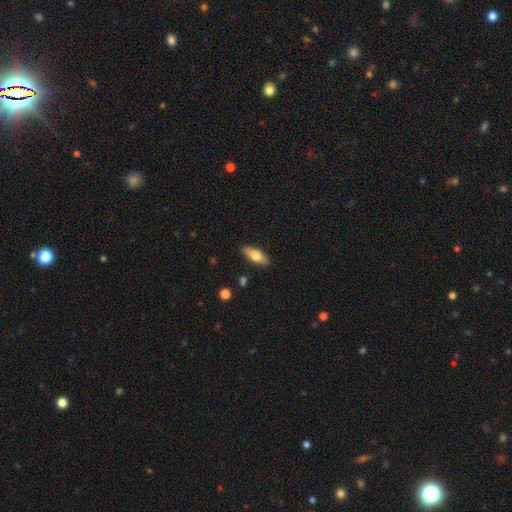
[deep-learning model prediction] A smooth galaxy with no disk features (68%) that is in between round and cigar-shaped (71%). Merging: none (87%).